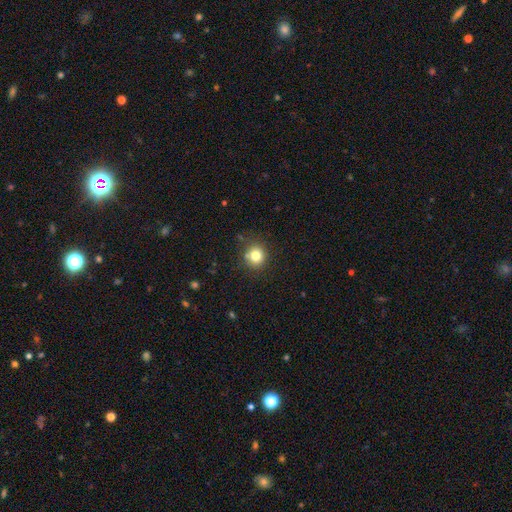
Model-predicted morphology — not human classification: The model was most divided on "smooth or featured": smooth: 79%, star or artifact: 13%, featured or disk: 8%. More confident: how rounded — round (86%); merging — none (80%).